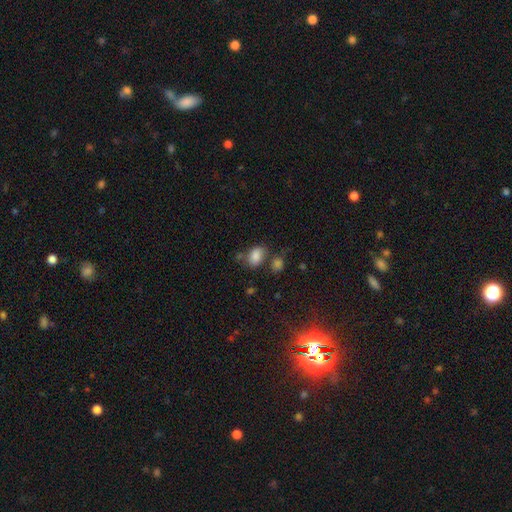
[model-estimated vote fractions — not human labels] A smooth galaxy with no disk features (83%) that is in between round and cigar-shaped (77%). Merging: none (55%).